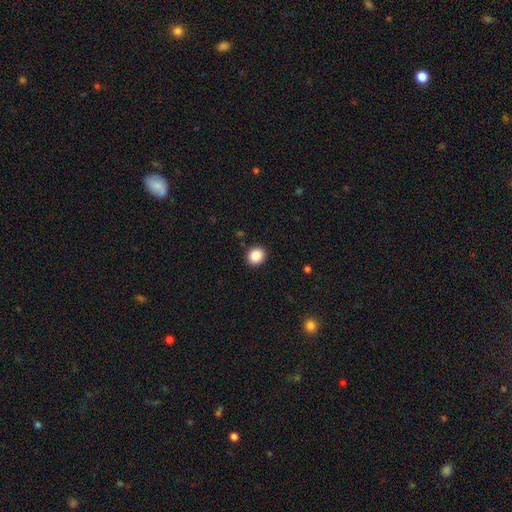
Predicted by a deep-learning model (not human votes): Smooth or featured?
  - smooth: 88% *
  - star or artifact: 9%
  - featured or disk: 3%
How rounded?
  - round: 84% *
  - in between: 15%
  - cigar-shaped: 1%
Merging?
  - none: 91% *
  - minor disturbance: 6%
  - major disturbance: 2%
  - merger: 1%